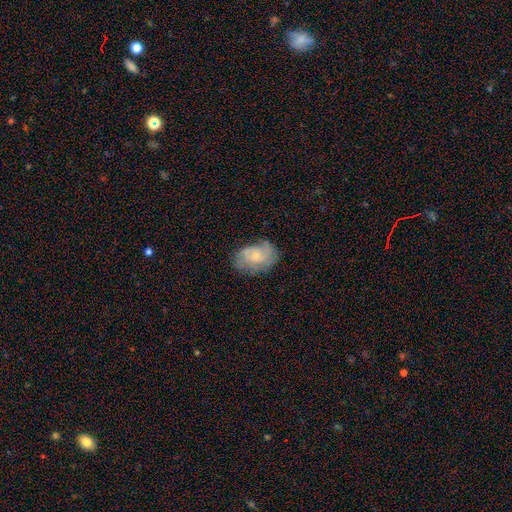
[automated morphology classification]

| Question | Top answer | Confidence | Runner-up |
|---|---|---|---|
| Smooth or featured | featured or disk | 52% | smooth (41%) |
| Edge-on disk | no | 96% | yes (4%) |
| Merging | none | 63% | minor disturbance (26%) |